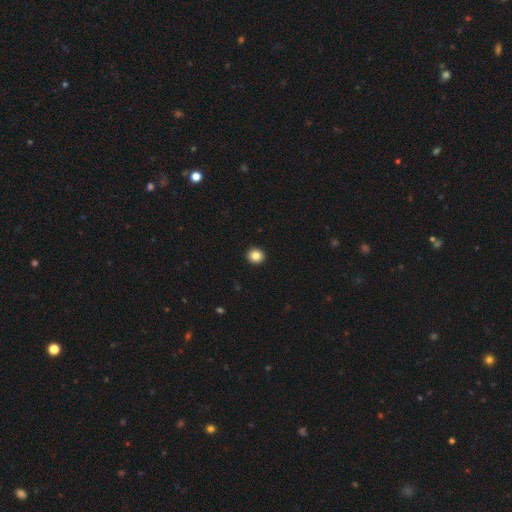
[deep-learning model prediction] This is clearly a smooth galaxy (86%). How rounded: clearly round (88%). Merging: clearly none (93%).